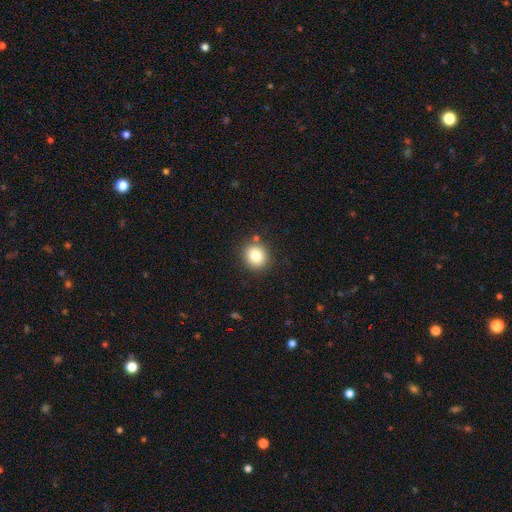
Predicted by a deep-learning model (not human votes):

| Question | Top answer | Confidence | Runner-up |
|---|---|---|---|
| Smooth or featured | smooth | 82% | star or artifact (11%) |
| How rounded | round | 82% | in between (17%) |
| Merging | none | 86% | minor disturbance (8%) |